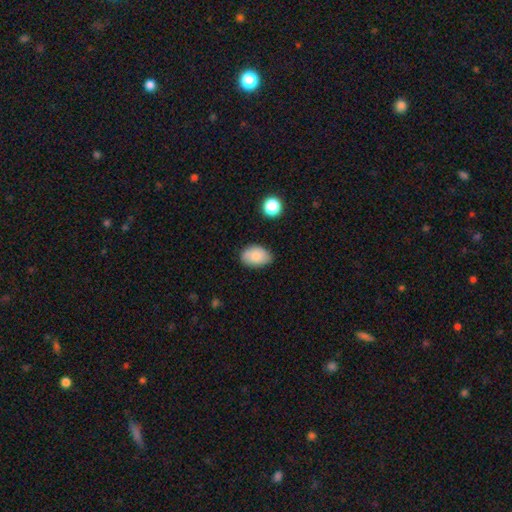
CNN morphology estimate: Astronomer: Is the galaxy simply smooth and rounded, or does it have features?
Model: smooth — 82%.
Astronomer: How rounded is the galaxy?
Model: in between — 86%.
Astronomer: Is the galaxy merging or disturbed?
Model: none — 73%.